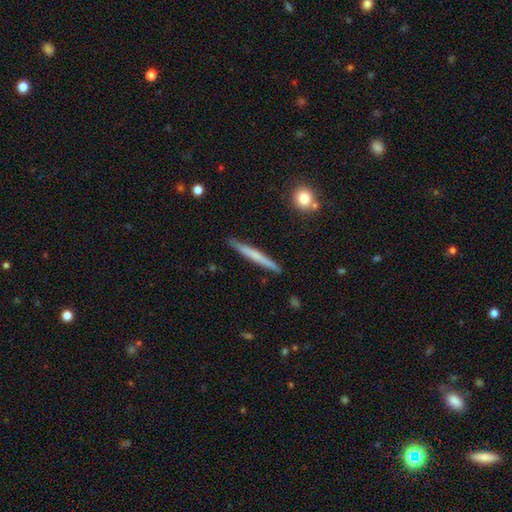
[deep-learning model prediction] The model was most divided on "smooth or featured": smooth: 51%, featured or disk: 43%, star or artifact: 5%. More confident: how rounded — cigar-shaped (96%); merging — none (91%).